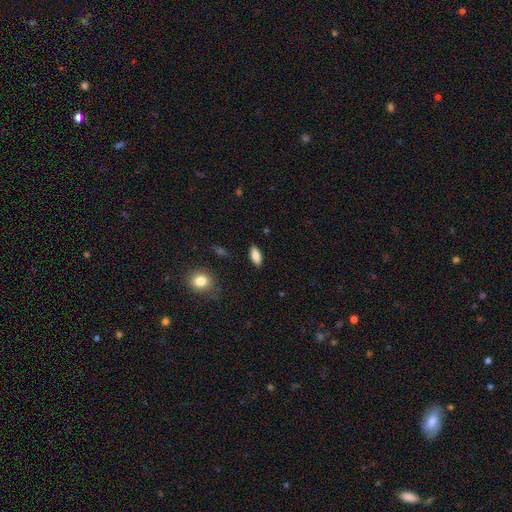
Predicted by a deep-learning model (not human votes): Smooth or featured: smooth — 85% (featured or disk — 8%)
How rounded: in between — 82% (cigar-shaped — 16%)
Merging: none — 88% (minor disturbance — 9%)